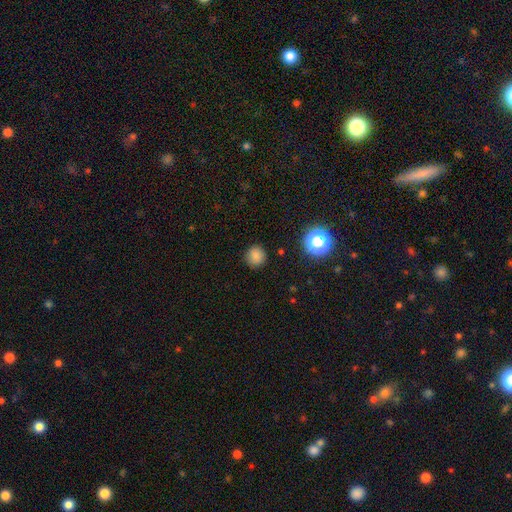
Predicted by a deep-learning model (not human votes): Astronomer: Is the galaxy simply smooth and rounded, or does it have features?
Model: smooth — 81%.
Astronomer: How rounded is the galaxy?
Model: round — 92%.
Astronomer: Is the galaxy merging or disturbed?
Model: none — 88%.